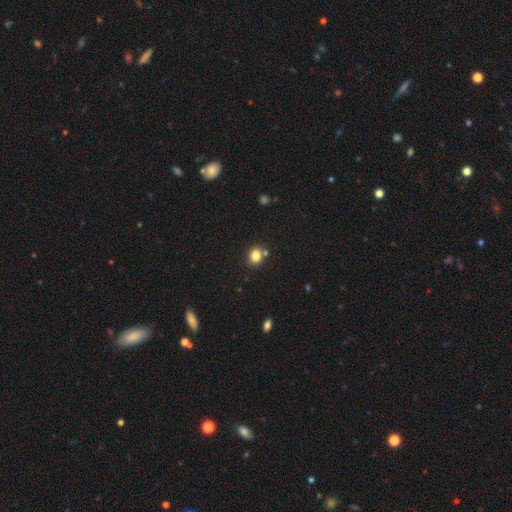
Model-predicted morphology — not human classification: Q: Smooth or featured?
A: smooth (82%); runner-up: star or artifact (11%)
Q: How rounded?
A: round (61%); runner-up: in between (38%)
Q: Merging?
A: none (73%); runner-up: merger (12%)